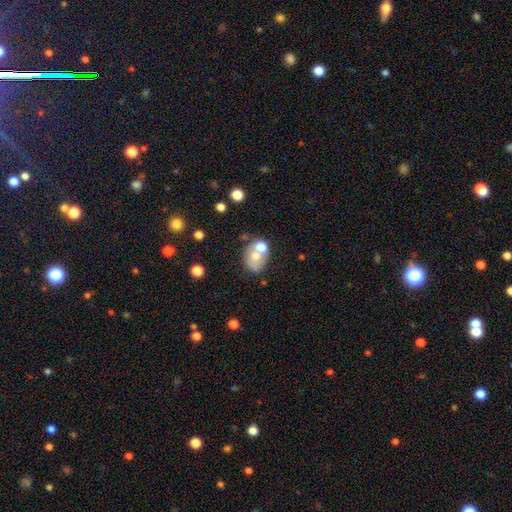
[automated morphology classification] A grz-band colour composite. It shows a smooth galaxy with no disk features (62%) that is in between round and cigar-shaped (54%). Merging: none (41%).